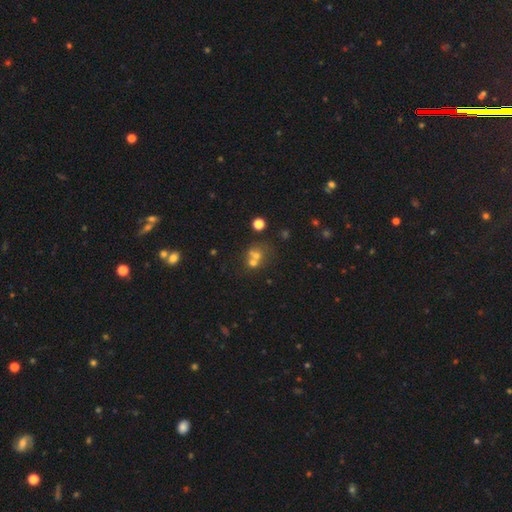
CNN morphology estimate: The model was most divided on "merging": merger: 49%, none: 39%, minor disturbance: 8%, major disturbance: 5%. More confident: how rounded — round (74%); smooth or featured — smooth (52%).